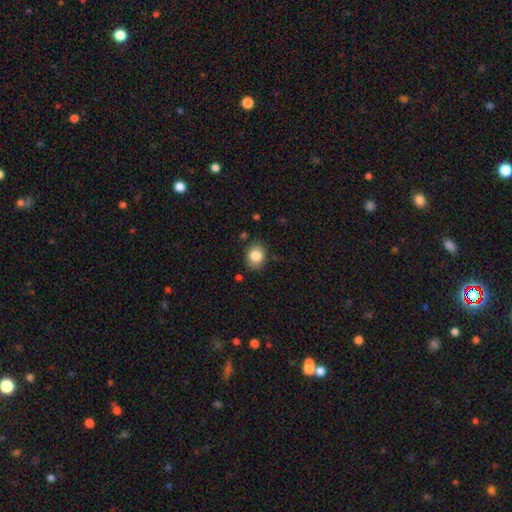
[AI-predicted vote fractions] A smooth galaxy with no disk features (84%) that is in between round and cigar-shaped (57%). Merging: none (82%).